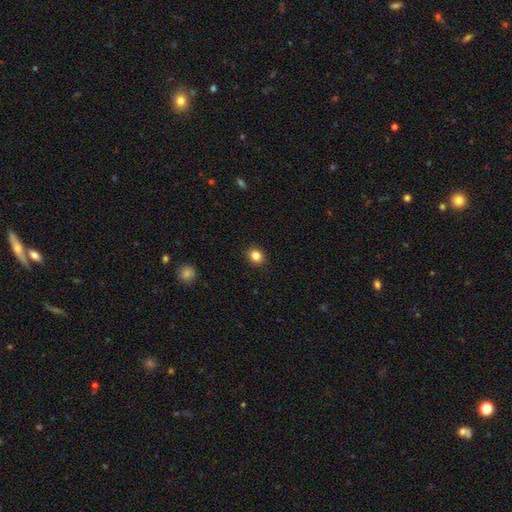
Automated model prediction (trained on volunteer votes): Overall: smooth (84%). How rounded: round (73%). Merging: none (91%).